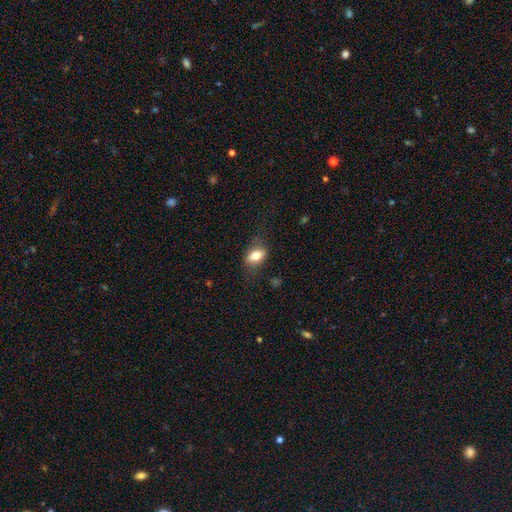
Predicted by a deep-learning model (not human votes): Overall: smooth (73%). How rounded: in between (81%). Merging: none (72%).